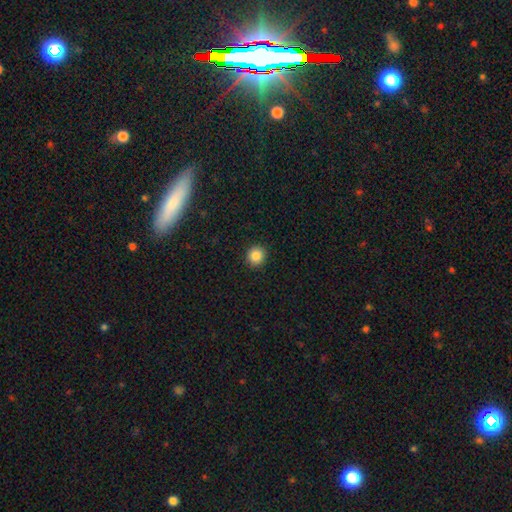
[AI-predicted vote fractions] Smooth or featured: smooth — 85% (star or artifact — 11%)
How rounded: round — 91% (in between — 8%)
Merging: none — 92% (minor disturbance — 5%)